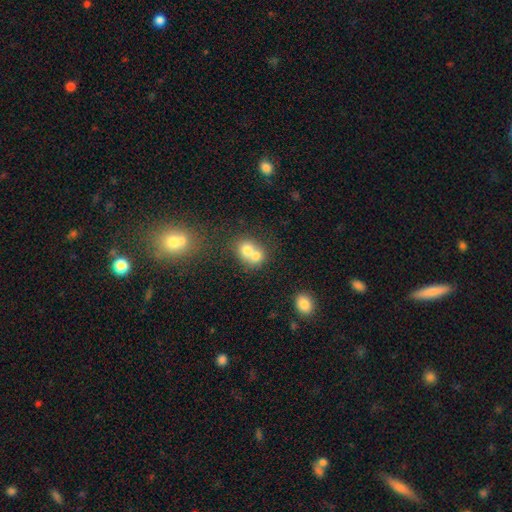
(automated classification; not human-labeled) Smooth or featured? Predicted: smooth (p=0.72). How rounded? Predicted: round (p=0.68). Merging? Predicted: merger (p=0.69).